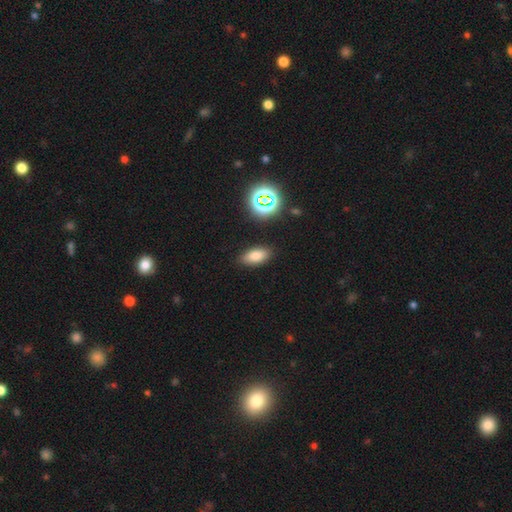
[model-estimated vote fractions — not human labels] Smooth or featured: smooth — 79% (star or artifact — 14%)
How rounded: in between — 87% (cigar-shaped — 8%)
Merging: none — 86% (minor disturbance — 9%)